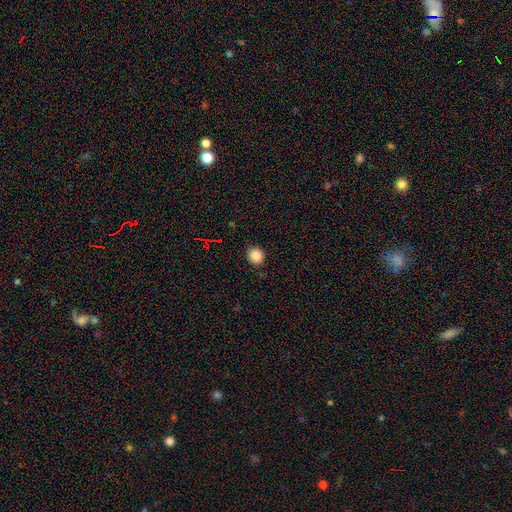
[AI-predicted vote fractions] smooth-or-featured: smooth: 86% | star or artifact: 11% | featured or disk: 3%
  how-rounded: round: 85% | in between: 14% | cigar-shaped: 1%
  merging: none: 88% | minor disturbance: 8% | major disturbance: 2% | merger: 1%